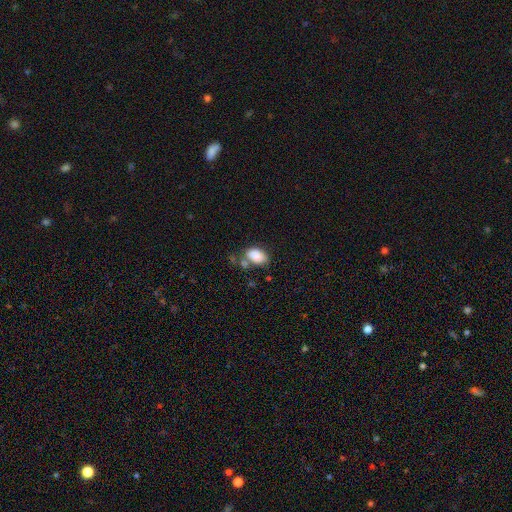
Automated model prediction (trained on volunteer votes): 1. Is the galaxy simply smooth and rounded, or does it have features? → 85% smooth, 8% star or artifact, 7% featured or disk.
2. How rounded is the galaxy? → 89% in between, 9% round, 1% cigar-shaped.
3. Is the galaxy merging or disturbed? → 50% none, 21% minor disturbance, 21% merger, 8% major disturbance.